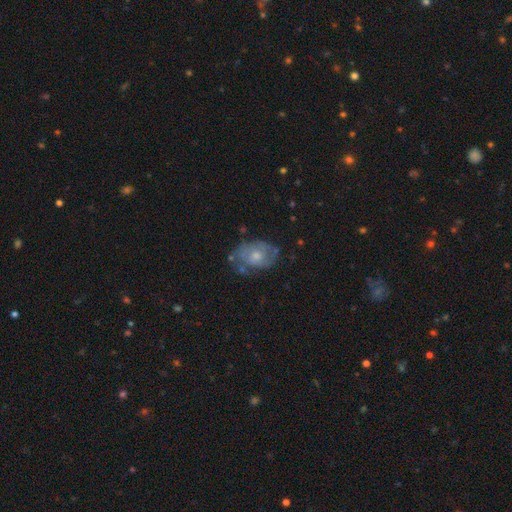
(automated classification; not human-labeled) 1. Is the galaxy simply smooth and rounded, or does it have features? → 53% featured or disk, 40% smooth, 7% star or artifact.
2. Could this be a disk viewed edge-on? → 96% no, 4% yes.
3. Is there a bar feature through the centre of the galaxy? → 80% no, 17% weak, 3% strong.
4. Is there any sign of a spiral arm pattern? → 54% yes, 46% no.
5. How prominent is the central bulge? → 53% moderate, 37% small, 5% large, 4% none, 1% dominant.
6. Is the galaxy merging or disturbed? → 55% none, 28% minor disturbance, 13% major disturbance, 4% merger.